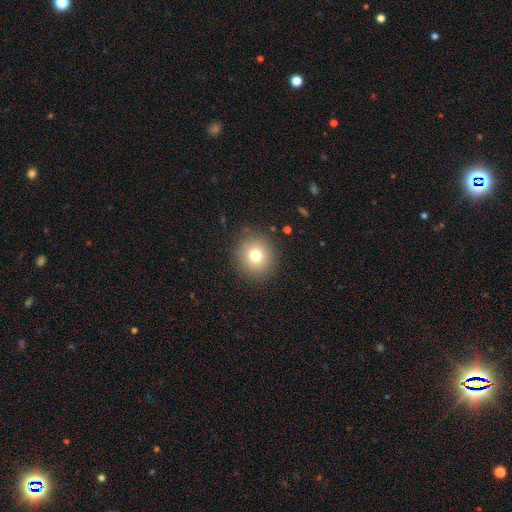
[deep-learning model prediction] A smooth galaxy with no disk features (75%) that is round (91%).

Vote fractions:
- Smooth or featured? smooth: 75% / star or artifact: 14% / featured or disk: 11%
- How rounded? round: 91% / in between: 8% / cigar-shaped: 1%
- Merging? none: 88% / minor disturbance: 7% / major disturbance: 3% / merger: 1%